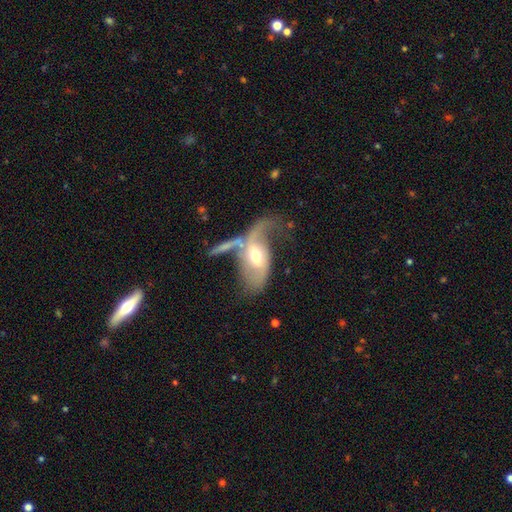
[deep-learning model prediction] The model was most divided on "merging" (2-way tie): major disturbance: 29%, none: 29%, merger: 25%, minor disturbance: 17%. Remaining: edge-on disk — no (91%); spiral arms — yes (80%); spiral winding — loose (74%); smooth or featured — featured or disk (69%); bulge size — moderate (69%); spiral arm count — 2 (66%); bar — no (43%).